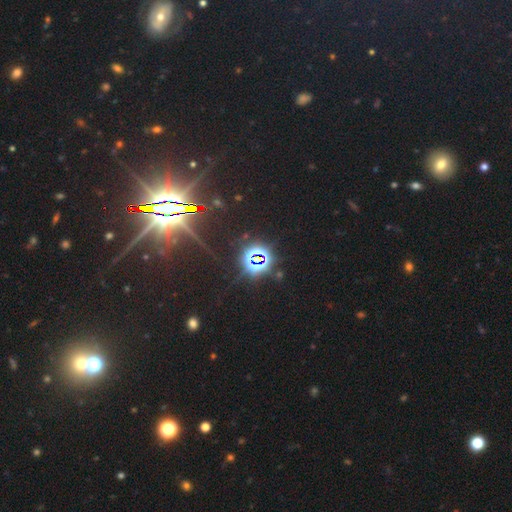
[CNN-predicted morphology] This appears to be a star or artifact, not a galaxy (81%).